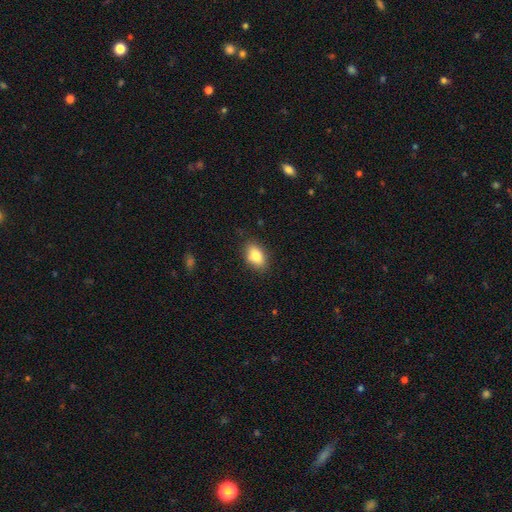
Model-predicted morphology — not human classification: The model was most divided on "merging": none: 83%, minor disturbance: 13%, major disturbance: 3%, merger: 1%. More confident: how rounded — in between (87%); smooth or featured — smooth (84%).